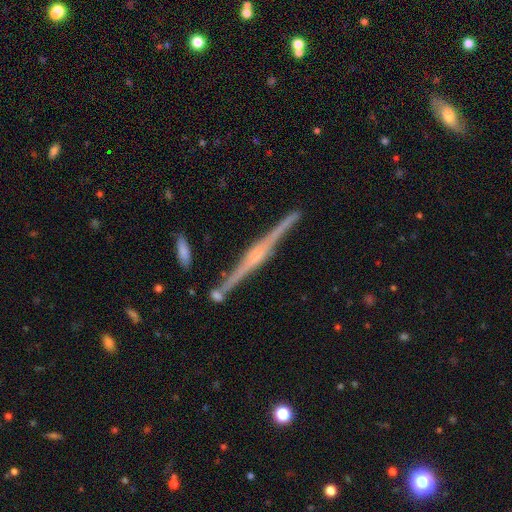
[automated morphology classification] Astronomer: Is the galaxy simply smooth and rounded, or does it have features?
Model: featured or disk — 86%.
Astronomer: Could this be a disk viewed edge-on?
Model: yes — 98%.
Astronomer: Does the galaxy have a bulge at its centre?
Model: rounded — 66%.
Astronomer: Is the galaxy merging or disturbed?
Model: none — 89%.